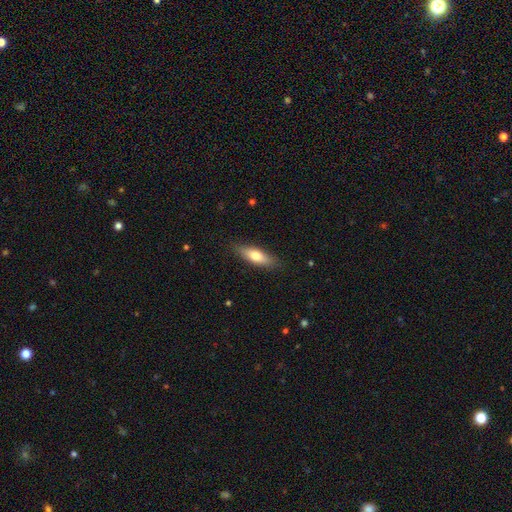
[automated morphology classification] Q: Smooth or featured?
A: smooth (68%); runner-up: featured or disk (26%)
Q: How rounded?
A: cigar-shaped (49%); runner-up: in between (48%)
Q: Merging?
A: none (87%); runner-up: minor disturbance (10%)